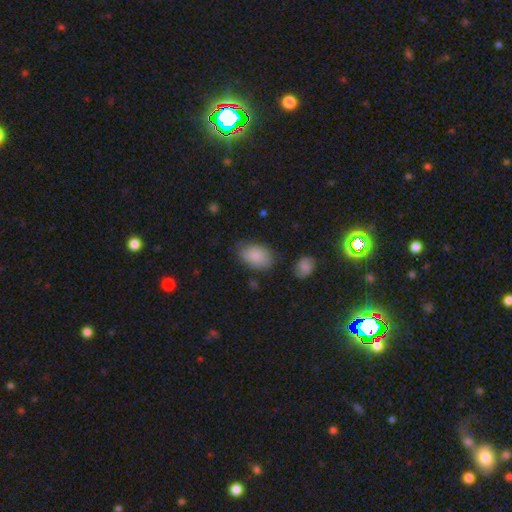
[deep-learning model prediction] Morphology: type=smooth (86%); roundness=in between (88%); merging=none (70%).